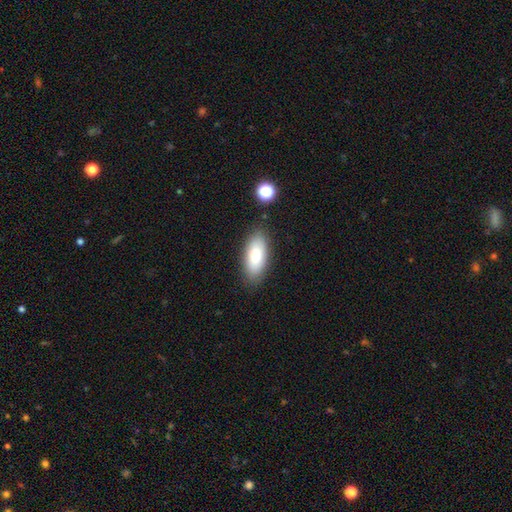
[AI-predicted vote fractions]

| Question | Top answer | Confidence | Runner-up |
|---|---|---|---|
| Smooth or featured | smooth | 82% | featured or disk (11%) |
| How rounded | in between | 86% | cigar-shaped (12%) |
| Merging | none | 84% | minor disturbance (11%) |